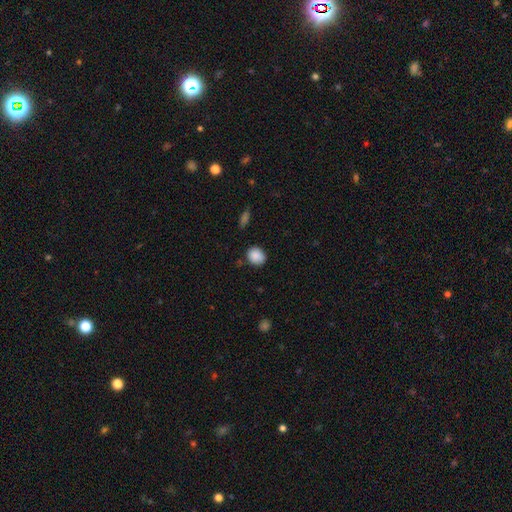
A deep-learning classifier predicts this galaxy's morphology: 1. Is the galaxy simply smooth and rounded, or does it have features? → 88% smooth, 8% star or artifact, 4% featured or disk.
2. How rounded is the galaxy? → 57% round, 42% in between, 1% cigar-shaped.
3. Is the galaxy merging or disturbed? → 77% none, 17% minor disturbance, 3% major disturbance, 3% merger.